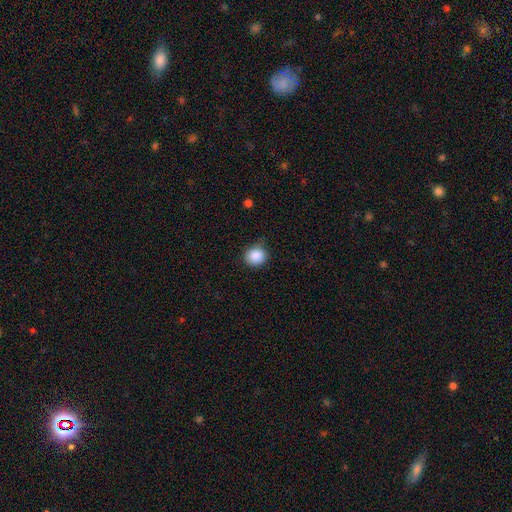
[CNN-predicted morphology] Overall: smooth (88%). How rounded: round (83%). Merging: none (73%).